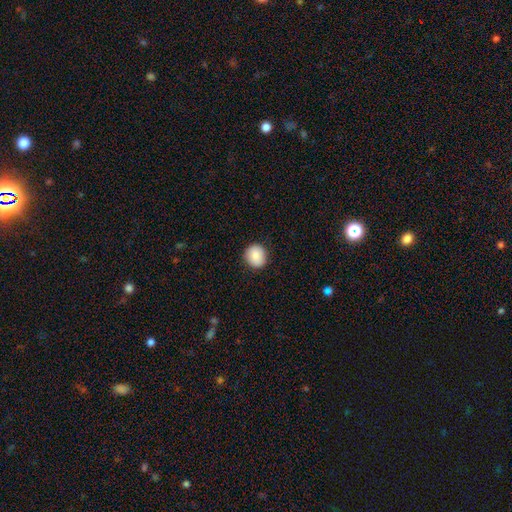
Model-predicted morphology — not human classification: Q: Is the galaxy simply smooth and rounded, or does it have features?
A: smooth — 86%.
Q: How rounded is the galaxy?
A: round — 88%.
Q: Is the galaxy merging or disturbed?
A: none — 89%.